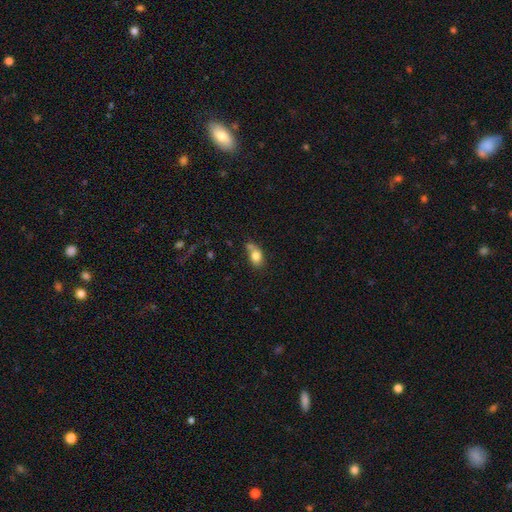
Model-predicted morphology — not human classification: This appears to be a smooth galaxy with no disk features (80%) that is in between round and cigar-shaped (76%). Merging: none (43%).